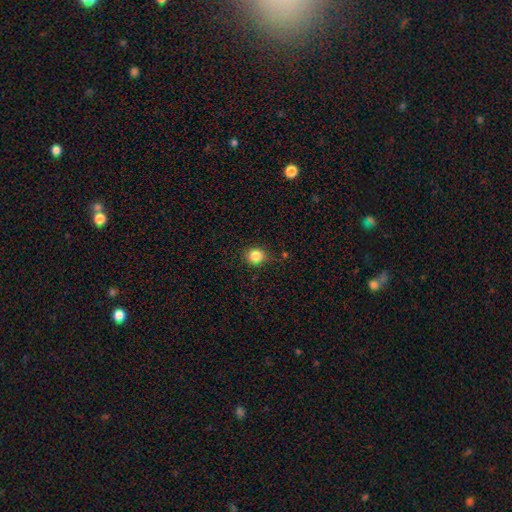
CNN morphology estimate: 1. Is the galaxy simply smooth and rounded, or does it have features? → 84% smooth, 11% star or artifact, 5% featured or disk.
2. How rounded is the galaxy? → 85% round, 14% in between, 1% cigar-shaped.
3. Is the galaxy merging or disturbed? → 84% none, 12% minor disturbance, 3% major disturbance, 2% merger.